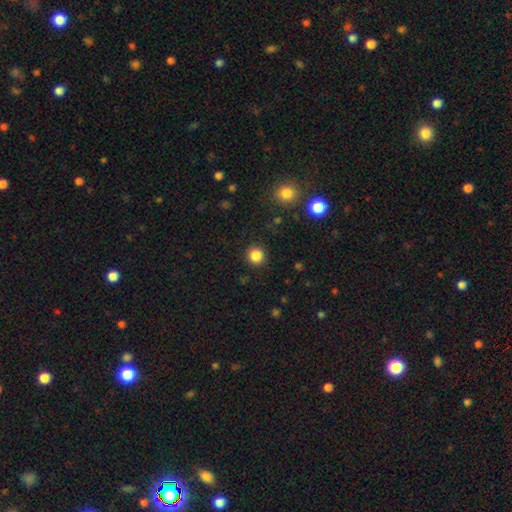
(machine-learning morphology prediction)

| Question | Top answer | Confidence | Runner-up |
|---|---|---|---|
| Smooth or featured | smooth | 85% | star or artifact (12%) |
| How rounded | round | 94% | in between (5%) |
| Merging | none | 92% | minor disturbance (5%) |